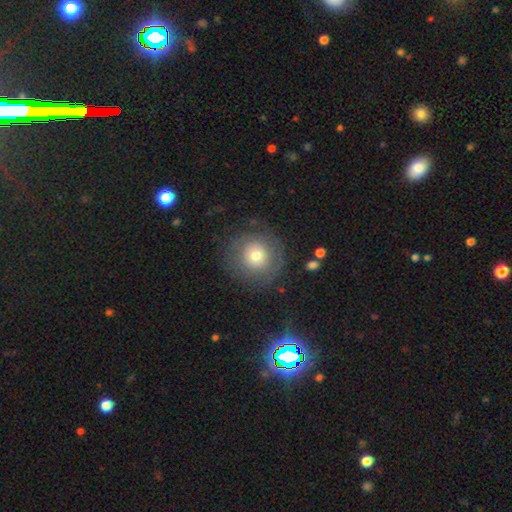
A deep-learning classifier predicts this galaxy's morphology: Smooth or featured: smooth — 65% (featured or disk — 23%)
How rounded: round — 94% (in between — 5%)
Merging: none — 80% (minor disturbance — 11%)